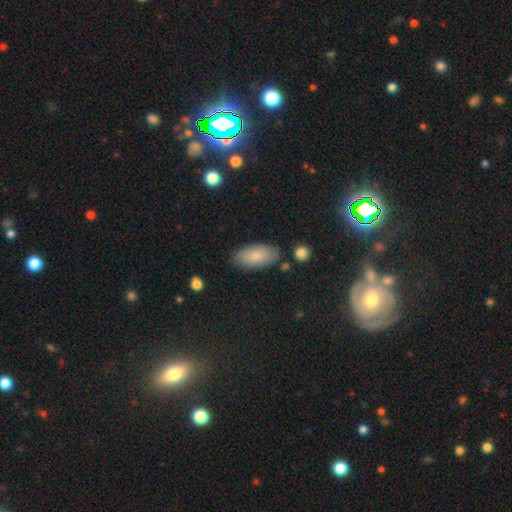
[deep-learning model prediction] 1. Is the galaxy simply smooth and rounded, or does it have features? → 79% smooth, 14% featured or disk, 7% star or artifact.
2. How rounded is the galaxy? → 93% in between, 4% cigar-shaped, 3% round.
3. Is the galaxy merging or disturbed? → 80% none, 14% minor disturbance, 3% merger, 3% major disturbance.